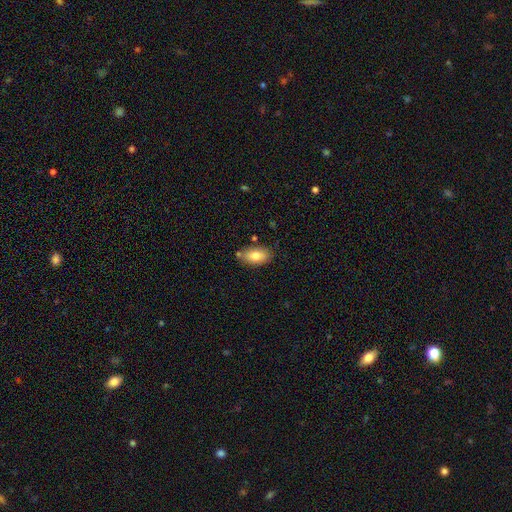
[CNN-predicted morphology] Overall: smooth (79%). How rounded: in between (92%). Merging: none (77%).